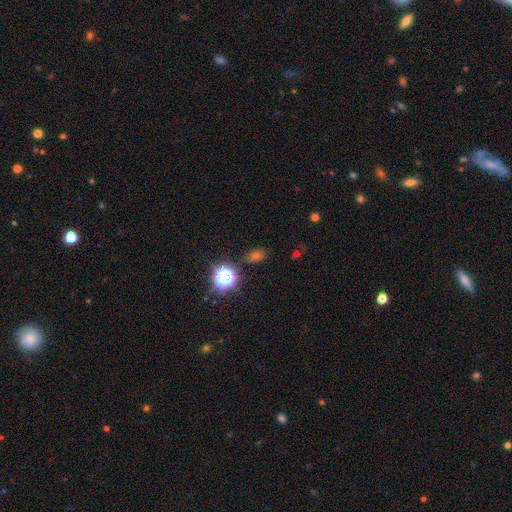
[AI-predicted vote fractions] smooth_or_featured: smooth (p=0.49) [alt: star or artifact p=0.42]
merging: none (p=0.83) [alt: minor disturbance p=0.10]